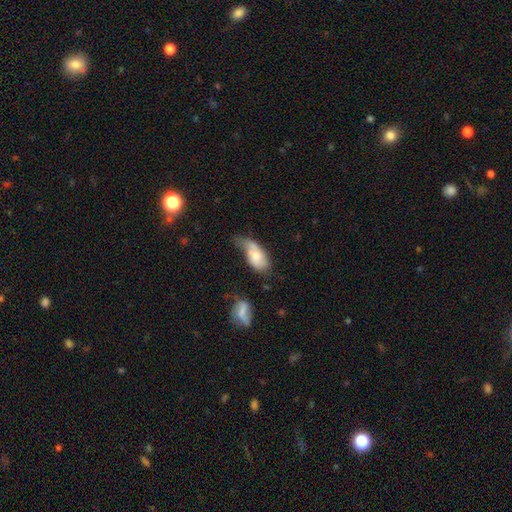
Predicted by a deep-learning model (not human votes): This appears to be a smooth galaxy with no disk features (57%) that is in between round and cigar-shaped (89%). Merging: minor disturbance (34%).